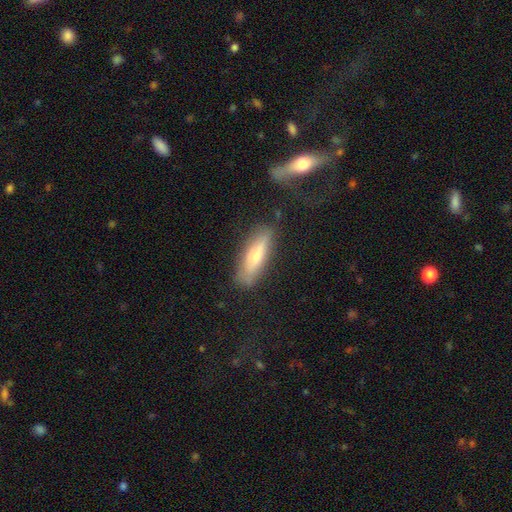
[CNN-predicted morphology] type=smooth (59%); roundness=cigar-shaped (65%); merging=none (78%).